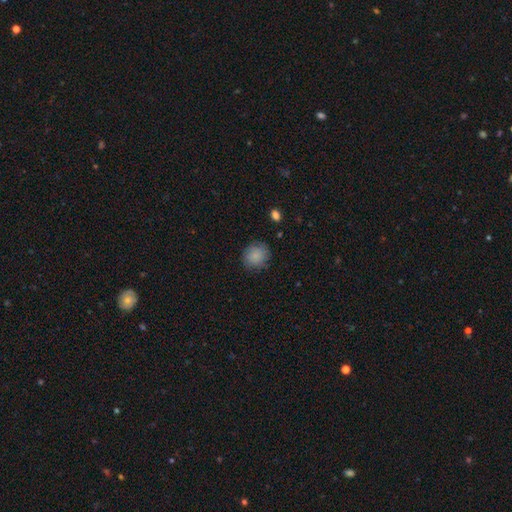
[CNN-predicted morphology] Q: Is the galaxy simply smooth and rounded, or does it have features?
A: smooth — 86%.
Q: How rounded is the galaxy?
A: round — 79%.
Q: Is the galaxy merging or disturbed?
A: none — 82%.